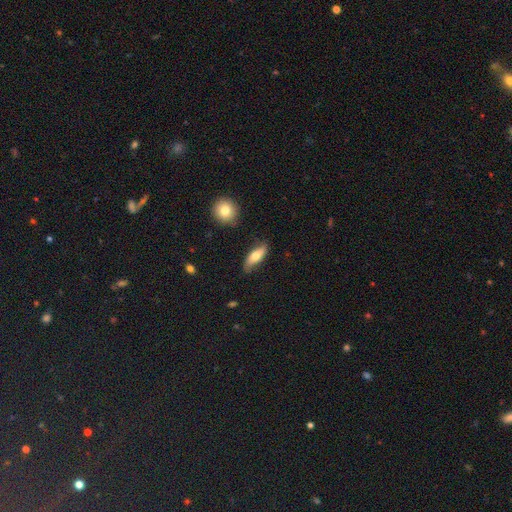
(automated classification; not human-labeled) This appears to be a smooth galaxy with no disk features (62%) that is in between round and cigar-shaped (67%). Merging: none (72%).